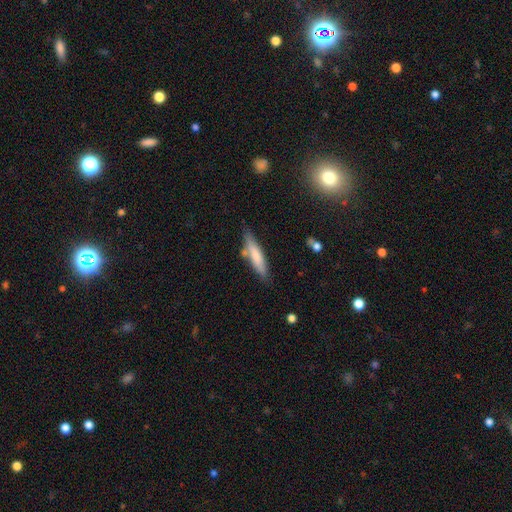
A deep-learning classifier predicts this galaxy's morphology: Smooth or featured? Predicted: smooth (p=0.72). How rounded? Predicted: cigar-shaped (p=0.80). Merging? Predicted: none (p=0.72).